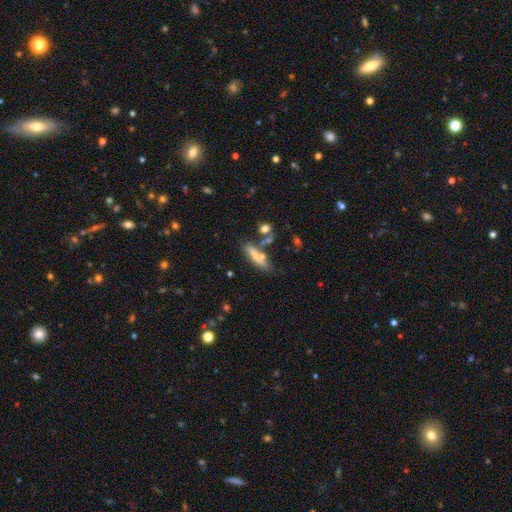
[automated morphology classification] smooth 67%, featured or disk 24%, star or artifact 9%. Down the decision tree: how rounded — cigar-shaped (63%); merging — none (57%).